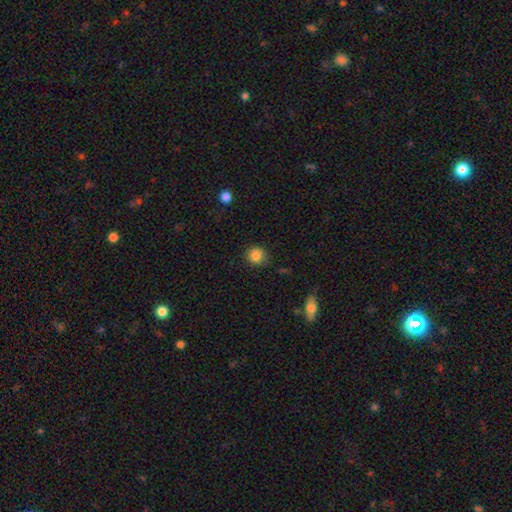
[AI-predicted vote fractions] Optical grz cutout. It shows a smooth galaxy with no disk features (86%) that is round (88%). Merging: none (83%).